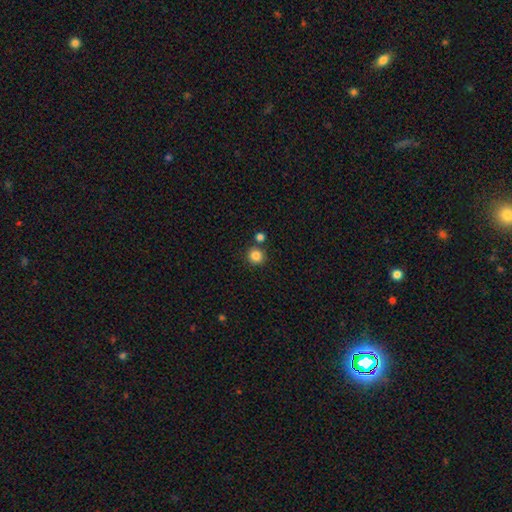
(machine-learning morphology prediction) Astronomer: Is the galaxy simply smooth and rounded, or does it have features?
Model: smooth — 85%.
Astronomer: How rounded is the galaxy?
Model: round — 92%.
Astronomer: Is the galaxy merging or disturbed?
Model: none — 80%.